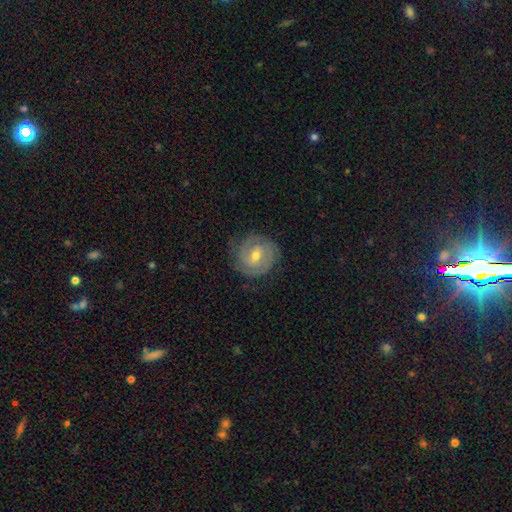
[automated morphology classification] smooth_or_featured: featured or disk (p=0.79) [alt: smooth p=0.16]
disk_edge_on: no (p=0.97) [alt: yes p=0.03]
bar: weak (p=0.54) [alt: no p=0.28]
has_spiral_arms: yes (p=0.92) [alt: no p=0.08]
spiral_winding: tight (p=0.73) [alt: medium p=0.22]
spiral_arm_count: 2 (p=0.52) [alt: can't tell p=0.23]
bulge_size: moderate (p=0.63) [alt: small p=0.33]
merging: none (p=0.79) [alt: minor disturbance p=0.15]